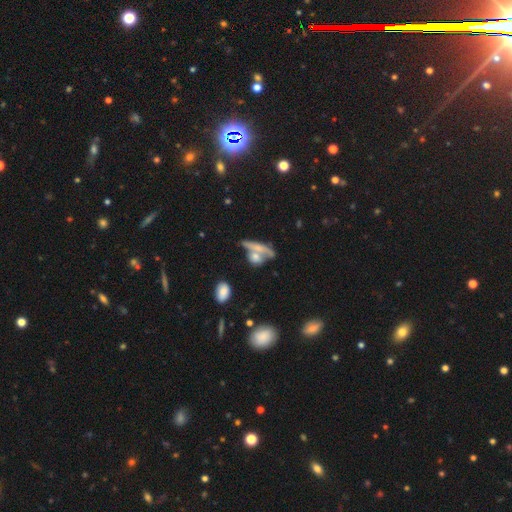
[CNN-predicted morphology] This is possibly a smooth galaxy (51%). How rounded: marginally in between (42%). Merging: marginally merger (43%).